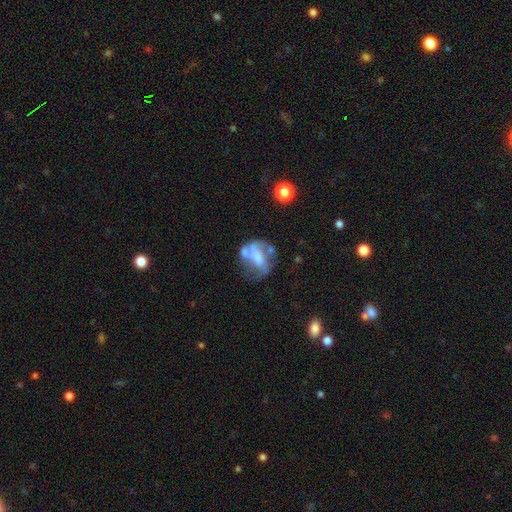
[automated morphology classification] featured or disk 56%, smooth 33%, star or artifact 11%. Down the decision tree: edge-on disk — no (96%); bar — no (65%); spiral arms — no (75%); bulge size — none (35%); merging — none (32%).